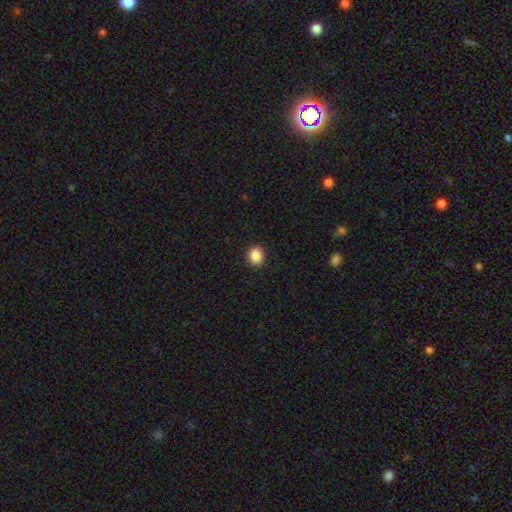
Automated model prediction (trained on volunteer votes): smooth_or_featured: smooth (p=0.88) [alt: star or artifact p=0.09]
how_rounded: round (p=0.75) [alt: in between p=0.25]
merging: none (p=0.92) [alt: minor disturbance p=0.05]